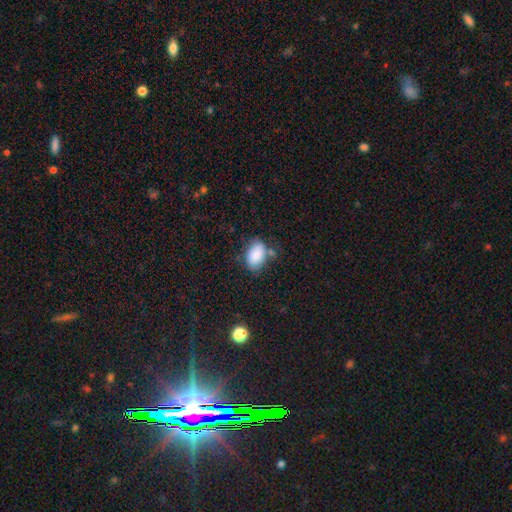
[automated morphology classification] smooth-or-featured: smooth: 81% | featured or disk: 11% | star or artifact: 8%
  how-rounded: in between: 89% | round: 10% | cigar-shaped: 1%
  merging: none: 63% | minor disturbance: 21% | merger: 9% | major disturbance: 6%